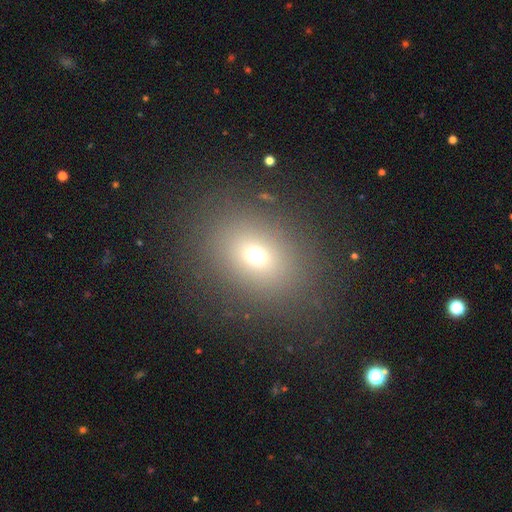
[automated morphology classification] type=smooth (67%); roundness=round (55%); merging=none (81%).